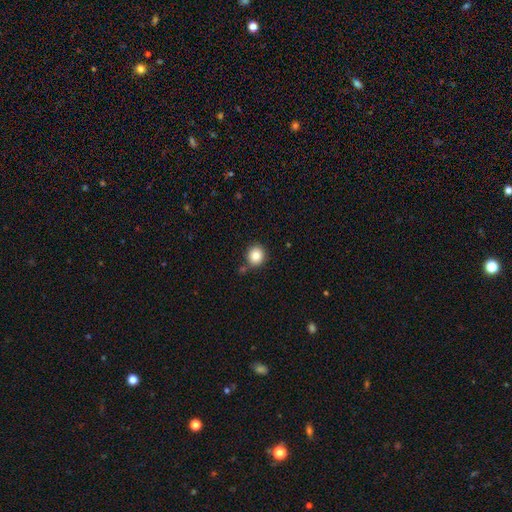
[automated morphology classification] smooth_or_featured: smooth (p=0.85) [alt: star or artifact p=0.09]
how_rounded: round (p=0.82) [alt: in between p=0.17]
merging: none (p=0.80) [alt: minor disturbance p=0.10]